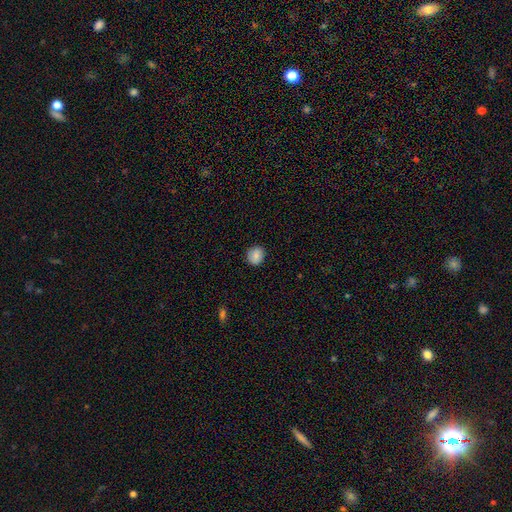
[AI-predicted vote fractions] This appears to be a smooth galaxy with no disk features (84%) that is round (83%). Merging: none (87%).